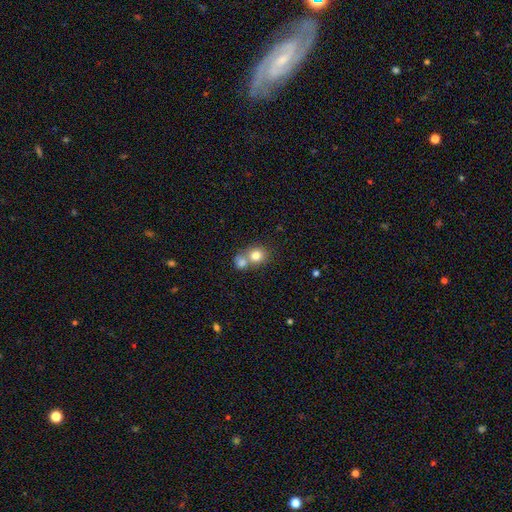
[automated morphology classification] Overall: smooth (79%). How rounded: round (81%). Merging: merger (50%; none 41%).